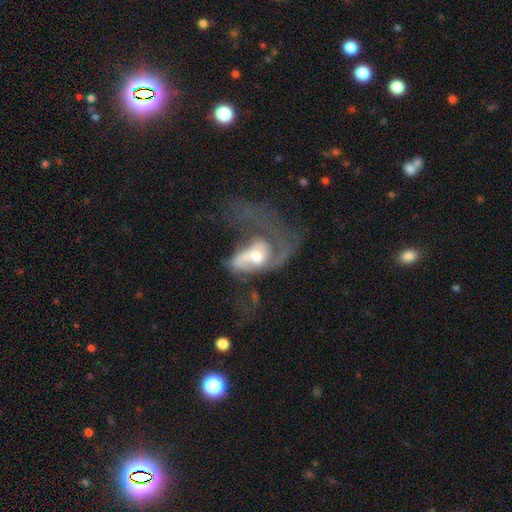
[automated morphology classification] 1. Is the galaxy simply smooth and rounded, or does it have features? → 70% featured or disk, 23% smooth, 7% star or artifact.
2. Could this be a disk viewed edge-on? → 96% no, 4% yes.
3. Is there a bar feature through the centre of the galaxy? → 67% no, 26% weak, 7% strong.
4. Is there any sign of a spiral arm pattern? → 73% yes, 27% no.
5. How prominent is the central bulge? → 63% moderate, 20% small, 13% large, 2% none, 2% dominant.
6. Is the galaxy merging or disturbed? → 54% major disturbance, 20% merger, 15% none, 10% minor disturbance.